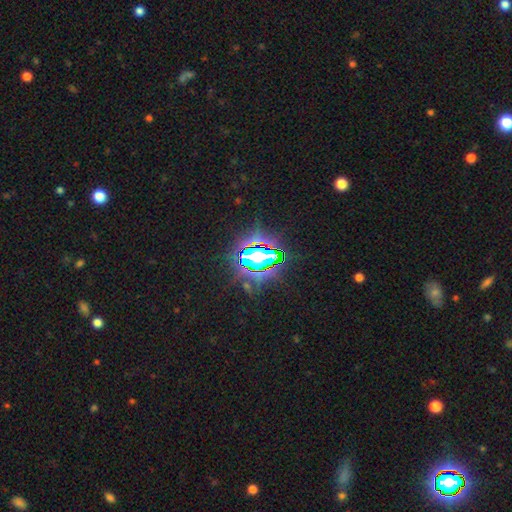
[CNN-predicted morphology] Smooth or featured?
  - star or artifact: 84% *
  - smooth: 9%
  - featured or disk: 7%